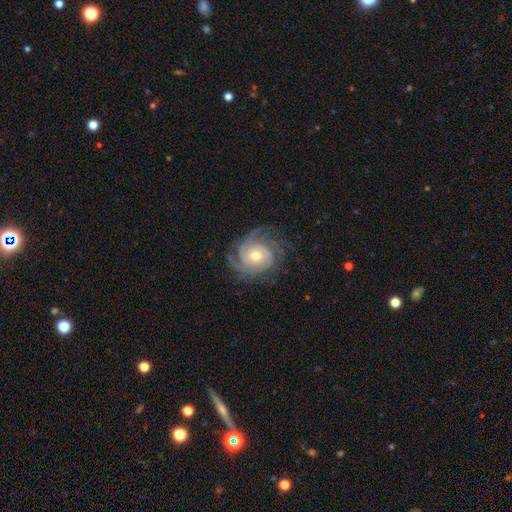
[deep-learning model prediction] smooth_or_featured: featured or disk (p=0.87) [alt: smooth p=0.06]
disk_edge_on: no (p=0.97) [alt: yes p=0.03]
bar: no (p=0.78) [alt: weak p=0.18]
has_spiral_arms: yes (p=0.97) [alt: no p=0.03]
spiral_winding: tight (p=0.69) [alt: medium p=0.26]
spiral_arm_count: 3 (p=0.28) [alt: 4 p=0.24]
bulge_size: moderate (p=0.59) [alt: small p=0.36]
merging: none (p=0.76) [alt: minor disturbance p=0.16]